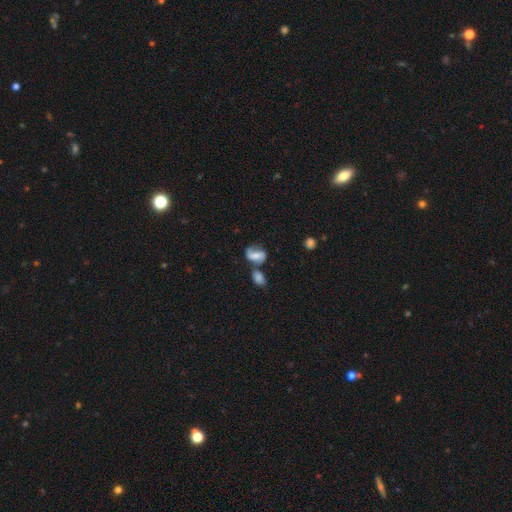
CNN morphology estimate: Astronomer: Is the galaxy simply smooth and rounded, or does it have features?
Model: featured or disk — 48% (runner-up: smooth, 42%).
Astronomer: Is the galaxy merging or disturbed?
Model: none — 40% (runner-up: merger, 32%).